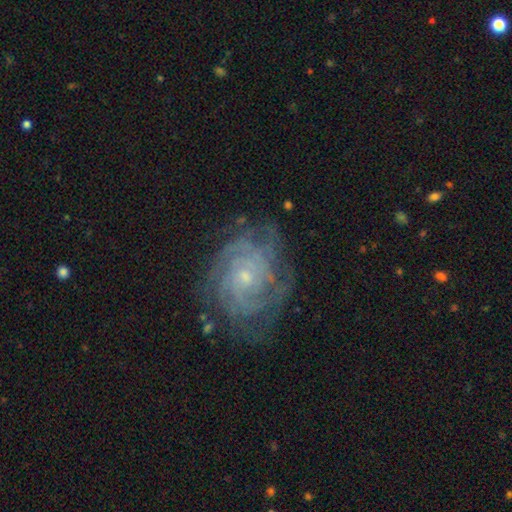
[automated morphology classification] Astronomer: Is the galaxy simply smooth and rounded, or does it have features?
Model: featured or disk — 86%.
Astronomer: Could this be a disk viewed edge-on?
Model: no — 97%.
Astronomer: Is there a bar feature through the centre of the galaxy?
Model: no — 73%.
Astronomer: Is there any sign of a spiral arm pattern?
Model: yes — 96%.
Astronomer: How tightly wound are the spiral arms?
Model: tight — 74%.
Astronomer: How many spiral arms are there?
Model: can't tell — 33% (runner-up: 4, 21%).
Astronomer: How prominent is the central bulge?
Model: small — 72%.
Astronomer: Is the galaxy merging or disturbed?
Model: none — 72%.